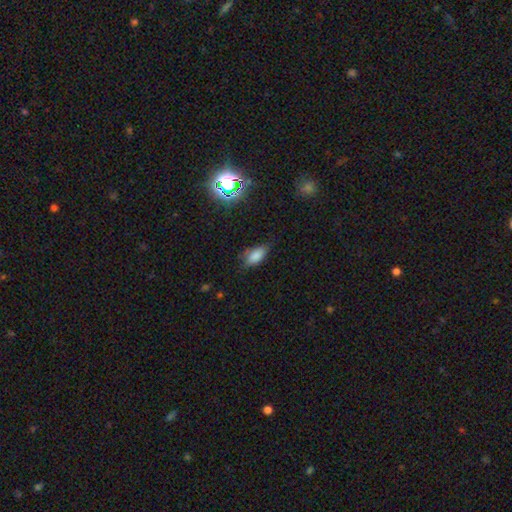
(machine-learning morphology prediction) Overall: smooth (79%). How rounded: in between (86%). Merging: none (64%; minor disturbance 28%).